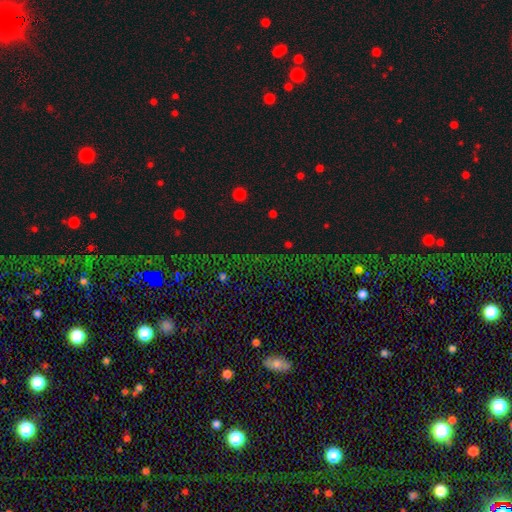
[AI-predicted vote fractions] Q: Smooth or featured?
A: star or artifact (78%); runner-up: smooth (14%)